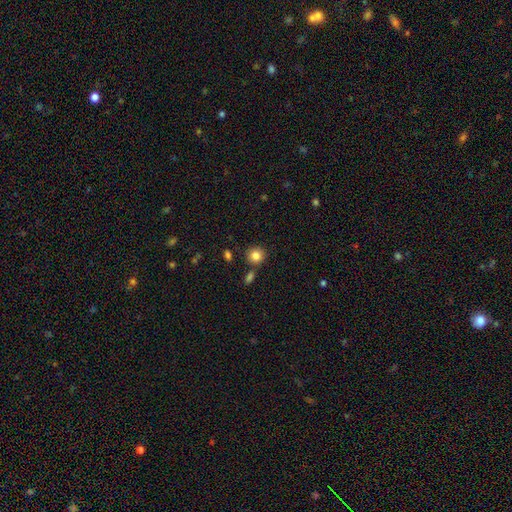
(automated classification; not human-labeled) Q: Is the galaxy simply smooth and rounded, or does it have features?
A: smooth — 84%.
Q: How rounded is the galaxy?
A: round — 89%.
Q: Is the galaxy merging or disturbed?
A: none — 80%.